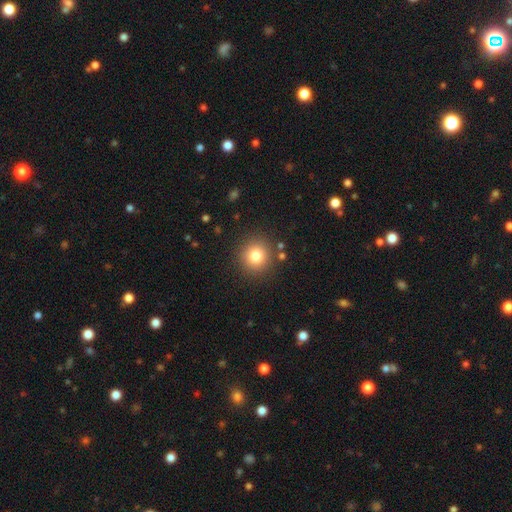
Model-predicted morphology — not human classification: Q: Smooth or featured?
A: smooth (80%); runner-up: star or artifact (12%)
Q: How rounded?
A: round (92%); runner-up: in between (7%)
Q: Merging?
A: none (88%); runner-up: minor disturbance (7%)